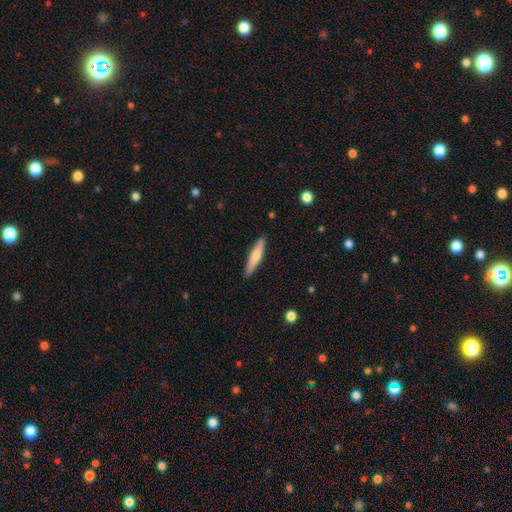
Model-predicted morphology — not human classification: Smooth or featured?
  - smooth: 65% *
  - featured or disk: 30%
  - star or artifact: 5%
How rounded?
  - cigar-shaped: 88% *
  - in between: 10%
  - round: 1%
Merging?
  - none: 88% *
  - minor disturbance: 9%
  - major disturbance: 2%
  - merger: 1%